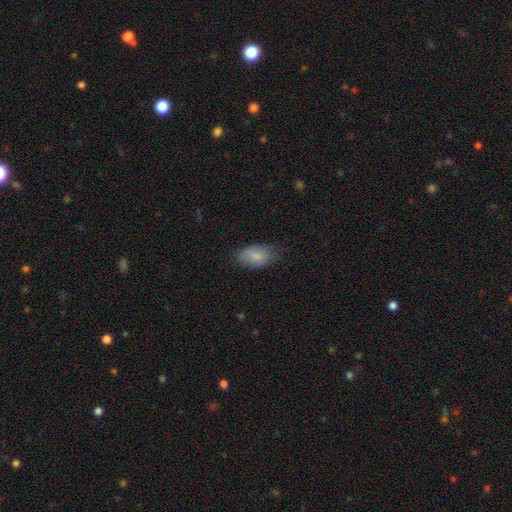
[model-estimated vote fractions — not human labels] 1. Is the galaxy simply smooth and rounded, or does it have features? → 83% smooth, 11% featured or disk, 7% star or artifact.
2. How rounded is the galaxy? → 92% in between, 5% round, 2% cigar-shaped.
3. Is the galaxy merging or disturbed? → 67% none, 26% minor disturbance, 6% major disturbance, 1% merger.